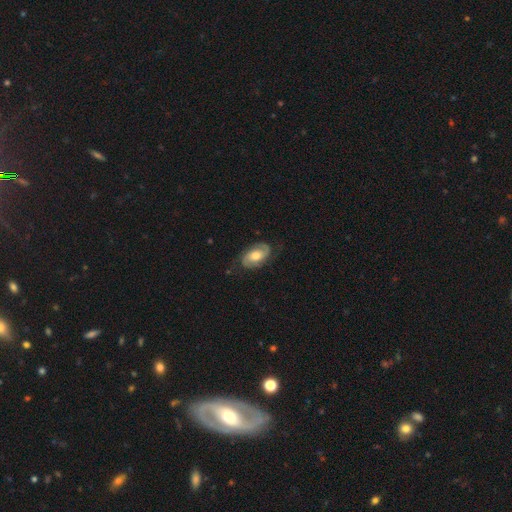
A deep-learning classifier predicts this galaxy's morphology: Smooth or featured?
  - featured or disk: 76% *
  - smooth: 18%
  - star or artifact: 5%
Edge-on disk?
  - no: 96% *
  - yes: 4%
Bar?
  - no: 58% *
  - weak: 33%
  - strong: 10%
Spiral arms?
  - yes: 92% *
  - no: 8%
Spiral winding?
  - medium: 44% *
  - tight: 38%
  - loose: 18%
Spiral arm count?
  - 2: 89% *
  - can't tell: 6%
  - 1: 2%
  - 3: 1%
  - 4: 1%
  - more than 4: 1%
Bulge size?
  - moderate: 66% *
  - large: 18%
  - small: 13%
  - none: 2%
  - dominant: 2%
Merging?
  - none: 76% *
  - minor disturbance: 16%
  - major disturbance: 7%
  - merger: 1%